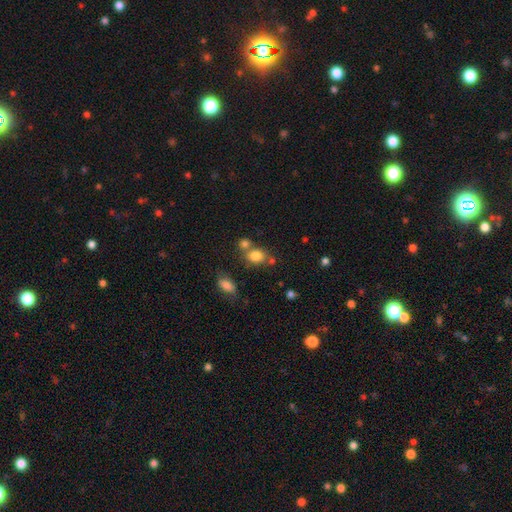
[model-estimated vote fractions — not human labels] smooth_or_featured: smooth (p=0.80) [alt: star or artifact p=0.12]
how_rounded: round (p=0.52) [alt: in between p=0.46]
merging: none (p=0.54) [alt: merger p=0.29]